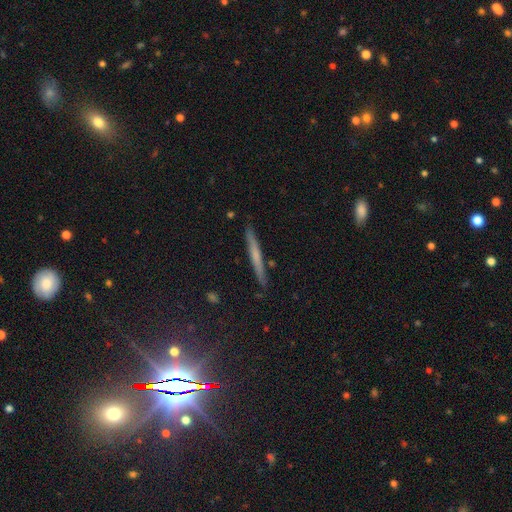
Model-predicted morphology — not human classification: Smooth or featured? featured or disk (47%)
Merging? none (89%)